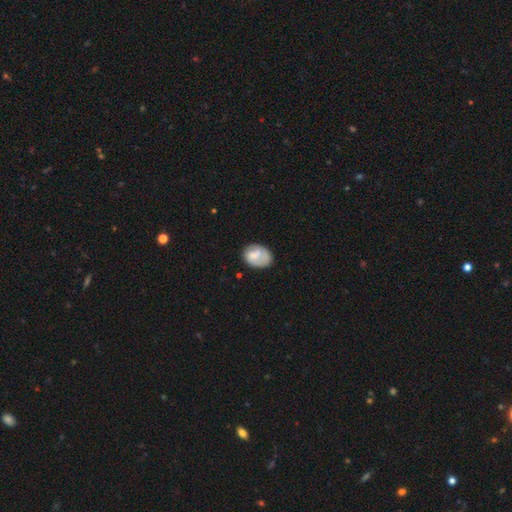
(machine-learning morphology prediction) Smooth or featured?
  - smooth: 67% *
  - featured or disk: 26%
  - star or artifact: 7%
How rounded?
  - in between: 66% *
  - round: 33%
  - cigar-shaped: 1%
Merging?
  - none: 56% *
  - minor disturbance: 28%
  - major disturbance: 13%
  - merger: 3%